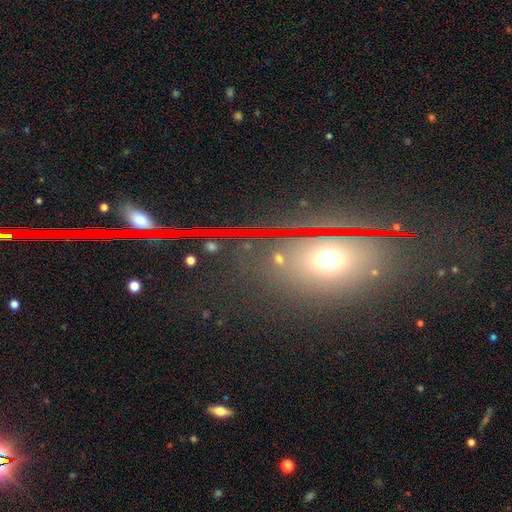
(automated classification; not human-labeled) This appears to be a star or artifact, not a galaxy (43%).